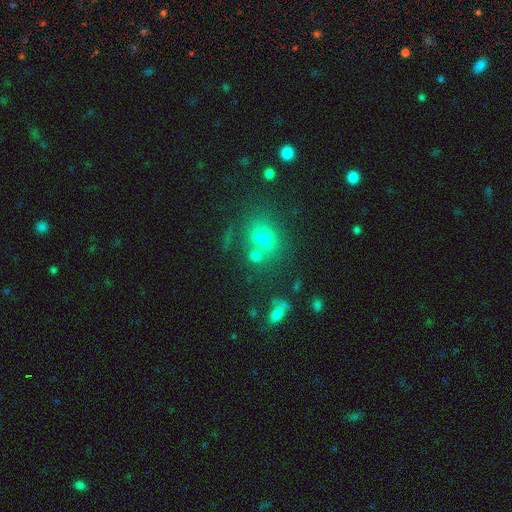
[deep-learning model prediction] smooth_or_featured: smooth (p=0.63) [alt: star or artifact p=0.20]
how_rounded: round (p=0.66) [alt: in between p=0.32]
merging: none (p=0.46) [alt: merger p=0.37]